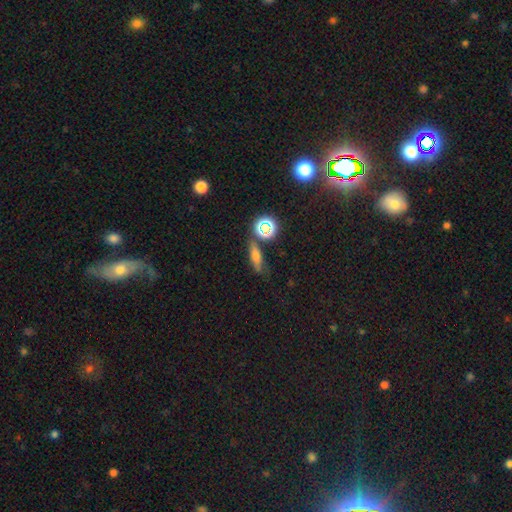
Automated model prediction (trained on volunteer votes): smooth_or_featured: smooth (p=0.64) [alt: star or artifact p=0.19]
how_rounded: cigar-shaped (p=0.57) [alt: in between p=0.32]
merging: none (p=0.71) [alt: minor disturbance p=0.16]